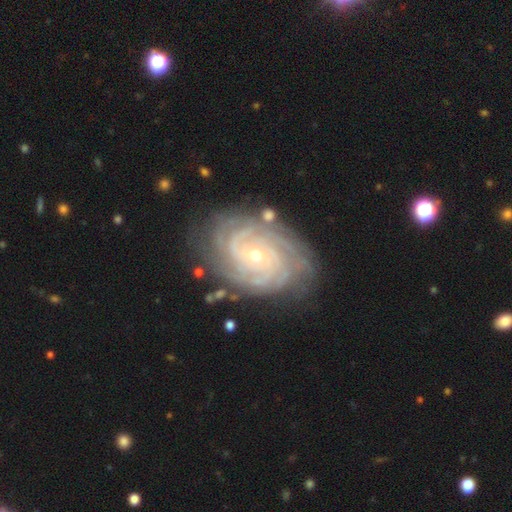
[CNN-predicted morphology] smooth_or_featured: featured or disk (p=0.92) [alt: star or artifact p=0.04]
disk_edge_on: no (p=0.97) [alt: yes p=0.03]
bar: no (p=0.65) [alt: weak p=0.26]
has_spiral_arms: yes (p=0.98) [alt: no p=0.02]
spiral_winding: tight (p=0.83) [alt: medium p=0.15]
spiral_arm_count: 4 (p=0.28) [alt: can't tell p=0.21]
bulge_size: small (p=0.66) [alt: moderate p=0.31]
merging: none (p=0.78) [alt: minor disturbance p=0.15]